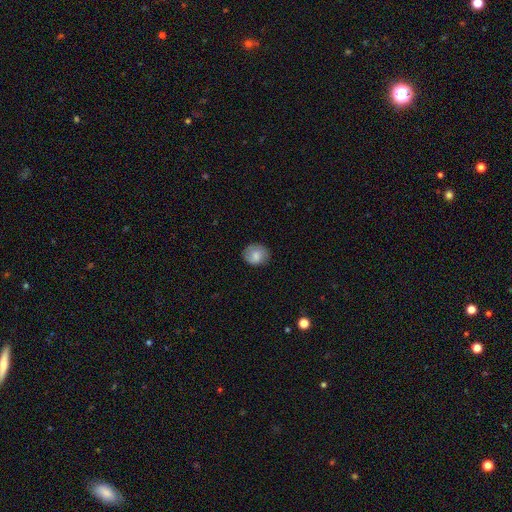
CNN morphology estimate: Overall: smooth (77%). How rounded: round (66%; in between 33%). Merging: none (79%).